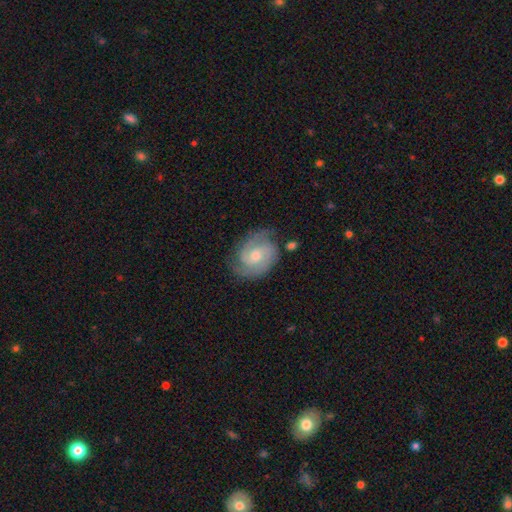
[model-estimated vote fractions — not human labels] A featured or disk galaxy (86%) with no bar (52%), 2 (78%) tight (55%) spiral arms (97%) and a moderate central bulge (59%). Merging: none (78%).